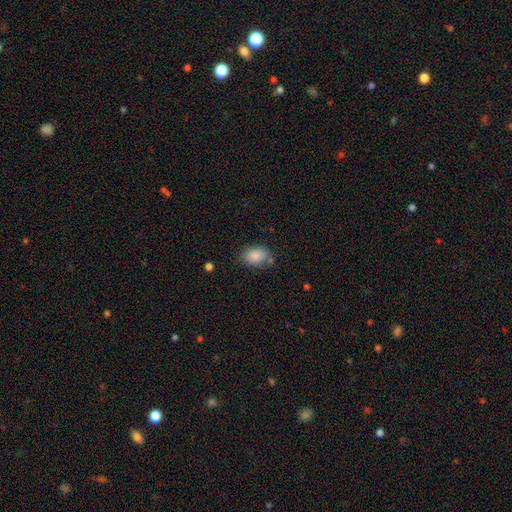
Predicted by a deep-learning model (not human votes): smooth 87%, star or artifact 8%, featured or disk 5%. Down the decision tree: how rounded — in between (80%); merging — none (74%).